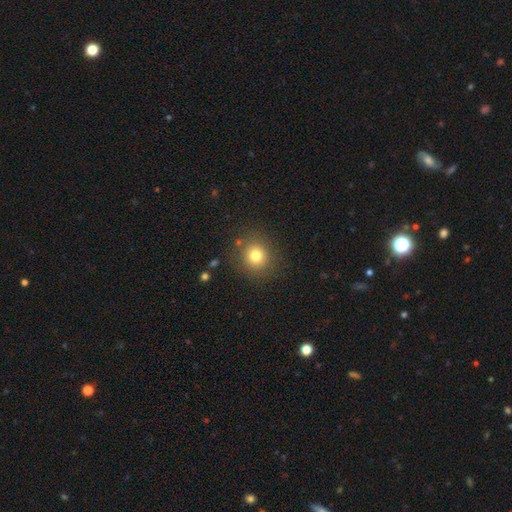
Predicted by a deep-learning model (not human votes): A smooth galaxy with no disk features (77%) that is round (88%).

Vote fractions:
- Smooth or featured? smooth: 77% / star or artifact: 14% / featured or disk: 10%
- How rounded? round: 88% / in between: 11% / cigar-shaped: 1%
- Merging? none: 86% / minor disturbance: 8% / major disturbance: 4% / merger: 2%